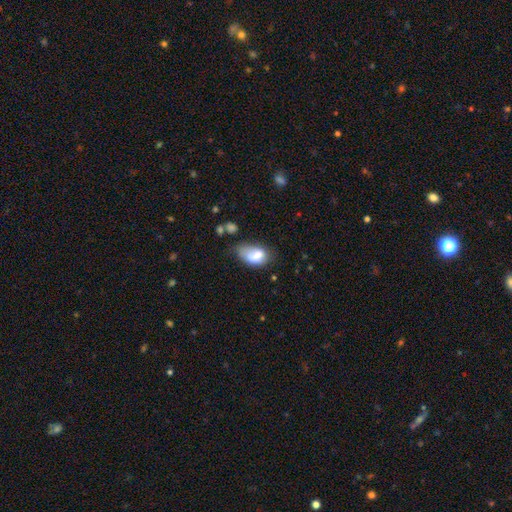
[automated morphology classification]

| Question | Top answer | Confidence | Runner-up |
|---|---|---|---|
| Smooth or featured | smooth | 76% | featured or disk (15%) |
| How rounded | in between | 90% | round (8%) |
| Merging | minor disturbance | 36% | none (33%) |